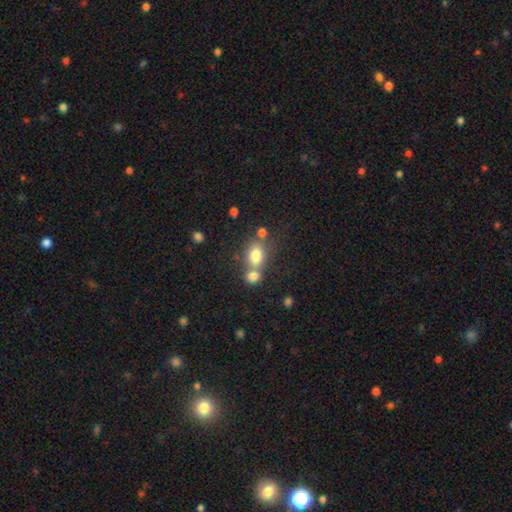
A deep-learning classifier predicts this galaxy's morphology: Smooth or featured? Predicted: smooth (p=0.78). How rounded? Predicted: in between (p=0.63). Merging? Predicted: merger (p=0.45).